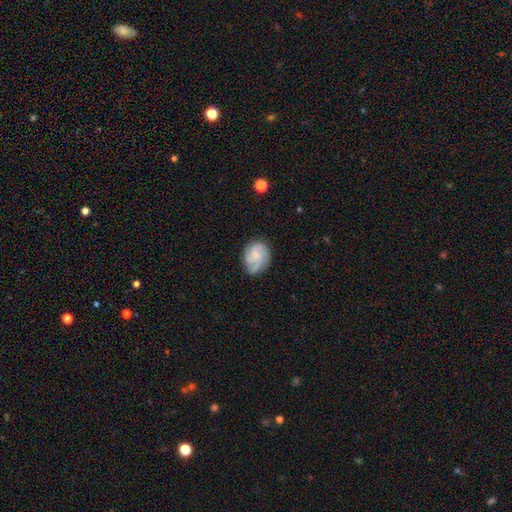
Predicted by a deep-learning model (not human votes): Morphology: type=featured or disk (60%); edge-on=no (98%); bar=no (68%); spiral arms=yes (92%); winding=medium (43%); arm count=3 (47%); bulge=small (57%); merging=none (71%).